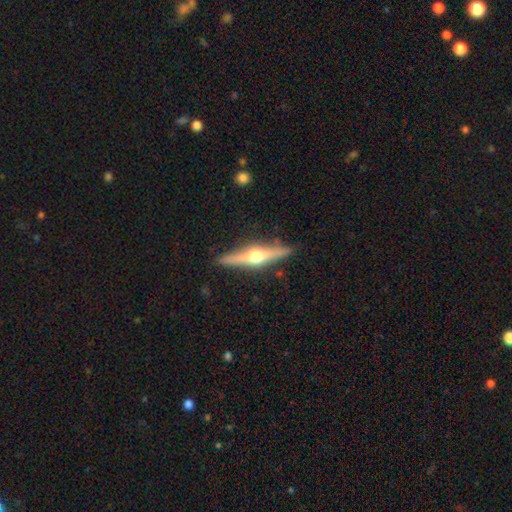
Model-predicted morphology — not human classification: This appears to be a featured or disk galaxy (71%) viewed edge-on (97%) with a rounded central bulge (95%). Merging: none (89%).